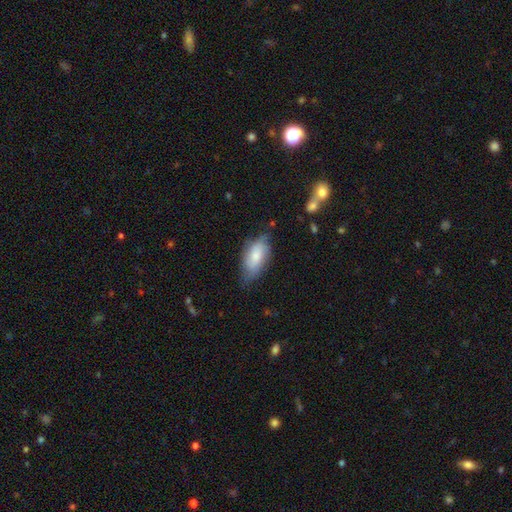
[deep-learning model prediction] Smooth or featured? Predicted: smooth (p=0.68). How rounded? Predicted: in between (p=0.90). Merging? Predicted: none (p=0.58).